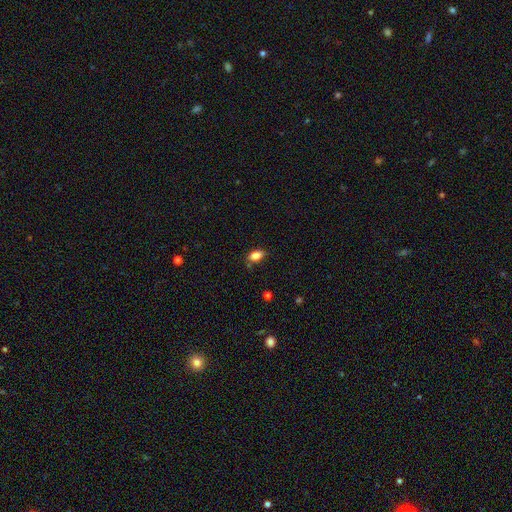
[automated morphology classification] A smooth galaxy with no disk features (84%) that is in between round and cigar-shaped (87%).

Vote fractions:
- Smooth or featured? smooth: 84% / star or artifact: 9% / featured or disk: 7%
- How rounded? in between: 87% / round: 9% / cigar-shaped: 4%
- Merging? none: 74% / minor disturbance: 20% / major disturbance: 4% / merger: 3%